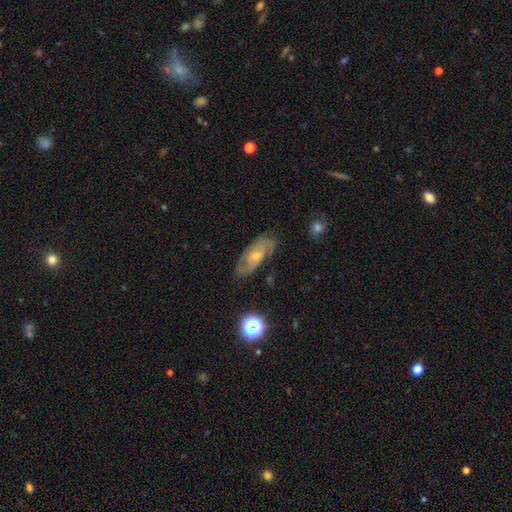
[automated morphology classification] This appears to be a featured or disk galaxy (67%) with no bar (62%), 2 (50%) tight (48%) spiral arms (86%) and a small central bulge (56%). Merging: none (76%).